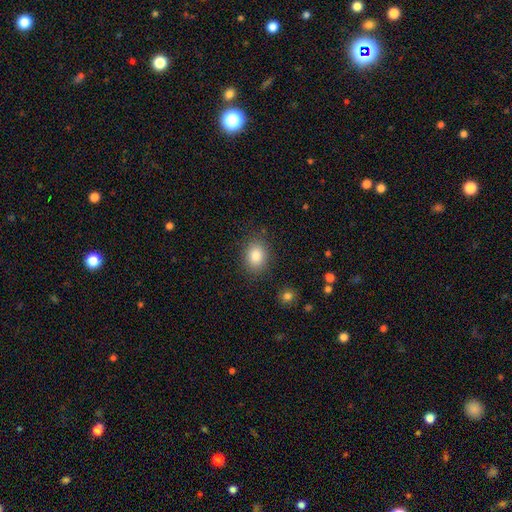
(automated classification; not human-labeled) Q: Smooth or featured?
A: smooth (85%); runner-up: star or artifact (9%)
Q: How rounded?
A: in between (60%); runner-up: round (39%)
Q: Merging?
A: none (84%); runner-up: minor disturbance (11%)